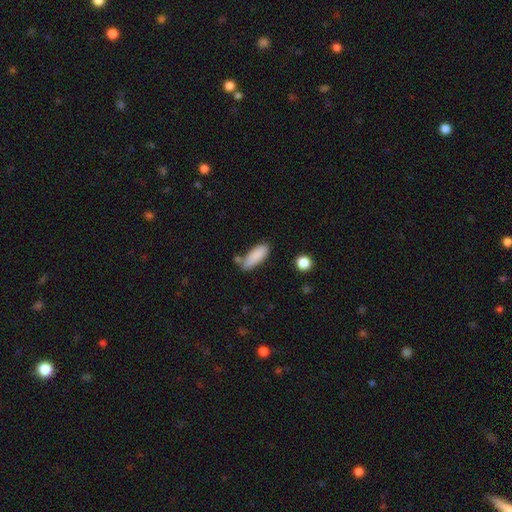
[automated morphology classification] smooth-or-featured: smooth: 87% | featured or disk: 7% | star or artifact: 7%
  how-rounded: in between: 64% | cigar-shaped: 34% | round: 2%
  merging: none: 64% | minor disturbance: 20% | merger: 11% | major disturbance: 5%